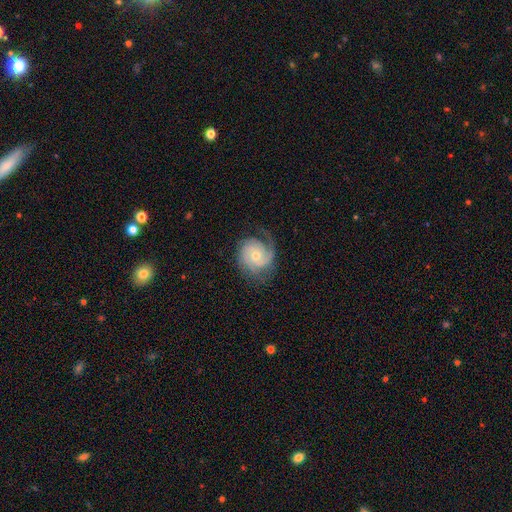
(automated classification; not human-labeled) smooth-or-featured: featured or disk: 83% | smooth: 11% | star or artifact: 5%
  disk-edge-on: no: 98% | yes: 2%
    bar: no: 72% | weak: 24% | strong: 4%
    has-spiral-arms: yes: 96% | no: 4%
      spiral-winding: tight: 50% | medium: 36% | loose: 14%
      spiral-arm-count: 2: 45% | 1: 18% | 3: 17% | can't tell: 14% | 4: 3% | more than 4: 3%
    bulge-size: moderate: 50% | small: 46% | large: 3% | none: 1% | dominant: 1%
  merging: none: 67% | minor disturbance: 19% | major disturbance: 12% | merger: 1%